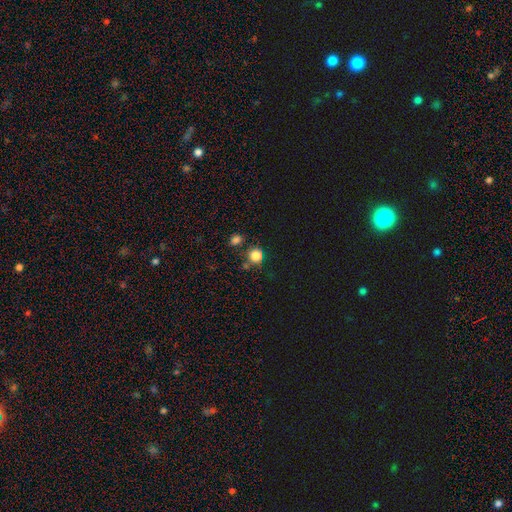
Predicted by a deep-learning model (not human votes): Smooth or featured: smooth — 82% (star or artifact — 13%)
How rounded: round — 90% (in between — 9%)
Merging: none — 74% (minor disturbance — 11%)